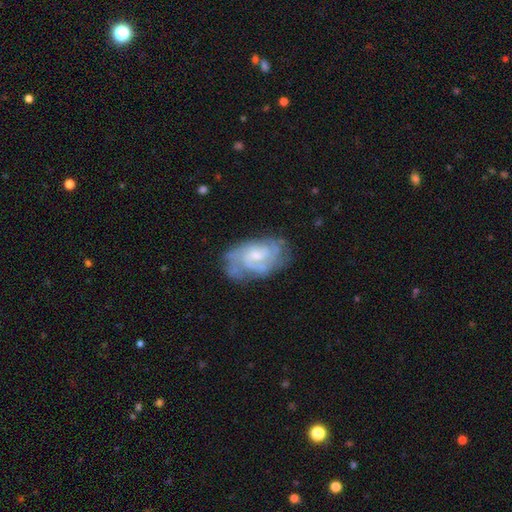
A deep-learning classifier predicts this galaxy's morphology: Smooth or featured: featured or disk — 79% (smooth — 14%)
Edge-on disk: no — 97% (yes — 3%)
Bar: no — 50% (weak — 43%)
Spiral arms: yes — 92% (no — 8%)
Spiral winding: tight — 54% (medium — 37%)
Spiral arm count: 2 — 34% (can't tell — 31%)
Bulge size: small — 51% (moderate — 35%)
Merging: none — 67% (minor disturbance — 22%)